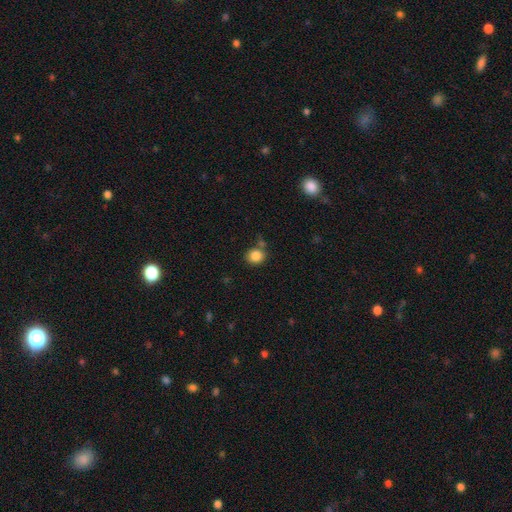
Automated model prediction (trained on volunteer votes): Overall: smooth (85%). How rounded: round (78%). Merging: none (72%).